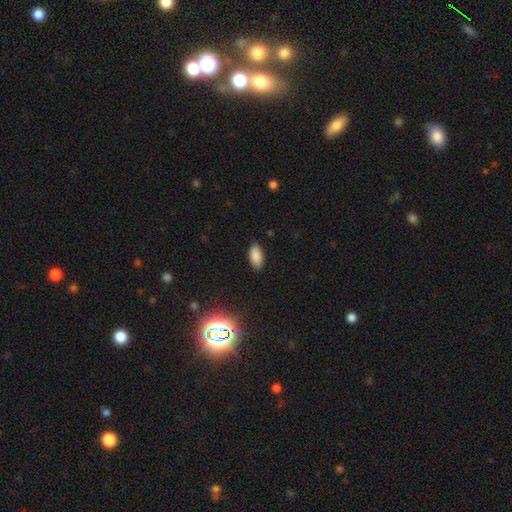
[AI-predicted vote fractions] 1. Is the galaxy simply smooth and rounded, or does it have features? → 86% smooth, 10% star or artifact, 4% featured or disk.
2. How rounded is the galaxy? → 91% in between, 6% cigar-shaped, 2% round.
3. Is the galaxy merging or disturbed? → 88% none, 9% minor disturbance, 2% major disturbance, 1% merger.